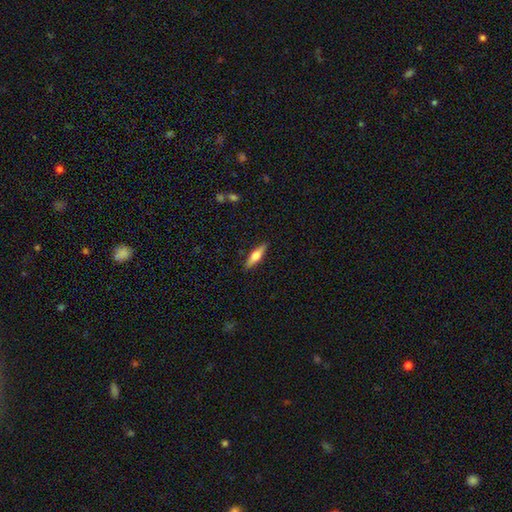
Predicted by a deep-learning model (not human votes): Morphology: type=smooth (55%); roundness=cigar-shaped (65%); merging=none (88%).